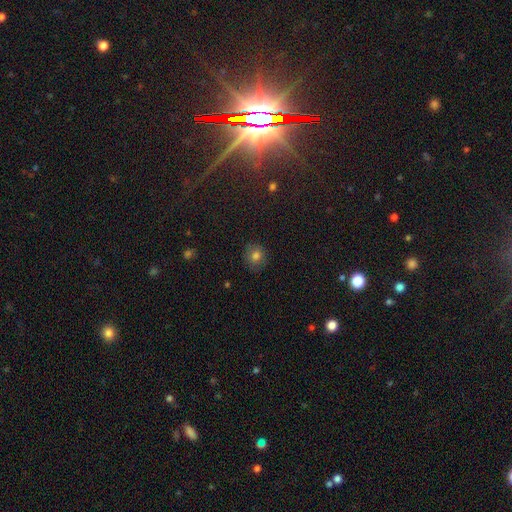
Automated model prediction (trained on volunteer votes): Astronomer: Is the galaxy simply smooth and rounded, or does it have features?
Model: smooth — 78%.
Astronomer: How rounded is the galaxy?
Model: round — 81%.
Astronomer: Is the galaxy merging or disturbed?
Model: none — 84%.